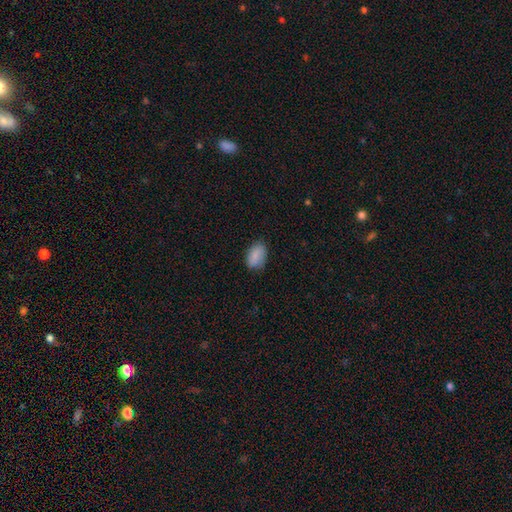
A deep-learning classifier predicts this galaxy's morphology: smooth_or_featured: smooth (p=0.86) [alt: featured or disk p=0.07]
how_rounded: in between (p=0.90) [alt: round p=0.09]
merging: none (p=0.78) [alt: minor disturbance p=0.17]